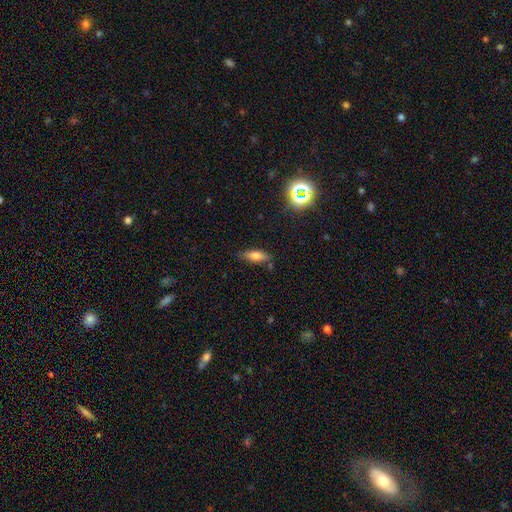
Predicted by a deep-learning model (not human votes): Smooth or featured: smooth — 63% (featured or disk — 27%)
How rounded: in between — 56% (cigar-shaped — 41%)
Merging: none — 79% (minor disturbance — 14%)